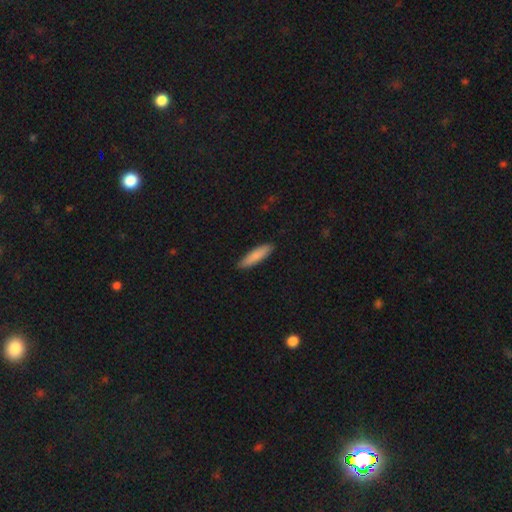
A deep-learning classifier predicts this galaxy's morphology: Smooth or featured?
  - smooth: 86% *
  - featured or disk: 9%
  - star or artifact: 5%
How rounded?
  - cigar-shaped: 75% *
  - in between: 24%
  - round: 1%
Merging?
  - none: 88% *
  - minor disturbance: 9%
  - major disturbance: 2%
  - merger: 1%